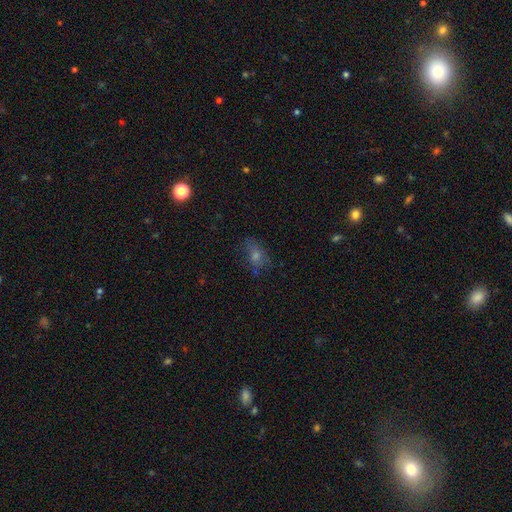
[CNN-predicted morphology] smooth-or-featured: smooth: 49% | star or artifact: 27% | featured or disk: 24%
  merging: none: 65% | minor disturbance: 21% | major disturbance: 12% | merger: 2%